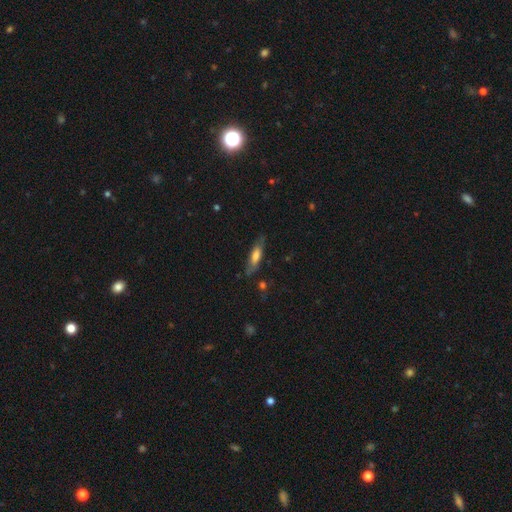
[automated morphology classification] Smooth or featured? smooth (57%)
How rounded? cigar-shaped (62%)
Merging? none (76%)